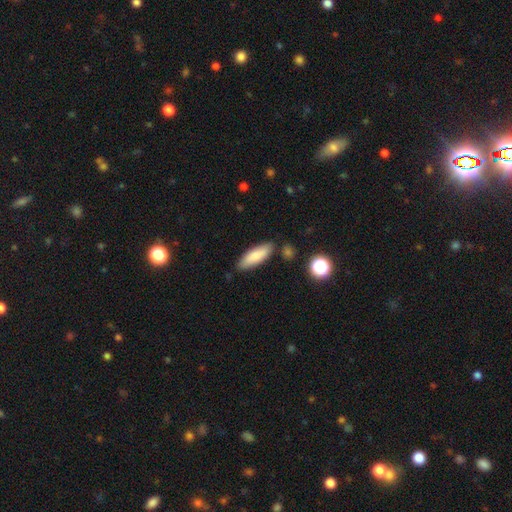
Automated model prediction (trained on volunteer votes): Q: Smooth or featured?
A: smooth (81%); runner-up: featured or disk (12%)
Q: How rounded?
A: in between (54%); runner-up: cigar-shaped (44%)
Q: Merging?
A: none (83%); runner-up: minor disturbance (11%)